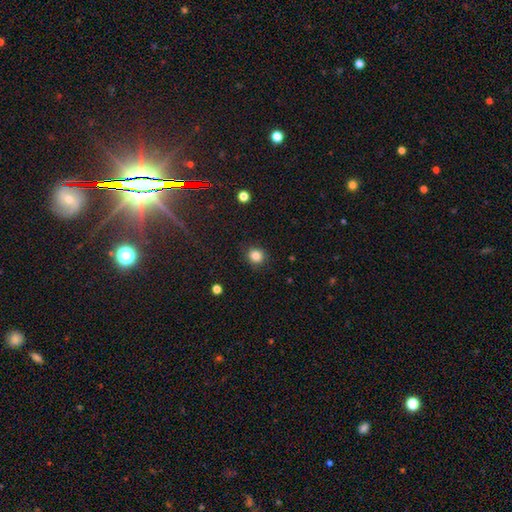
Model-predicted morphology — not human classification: A smooth galaxy with no disk features (85%) that is round (87%).

Vote fractions:
- Smooth or featured? smooth: 85% / star or artifact: 11% / featured or disk: 4%
- How rounded? round: 87% / in between: 12% / cigar-shaped: 1%
- Merging? none: 88% / minor disturbance: 8% / major disturbance: 3% / merger: 1%